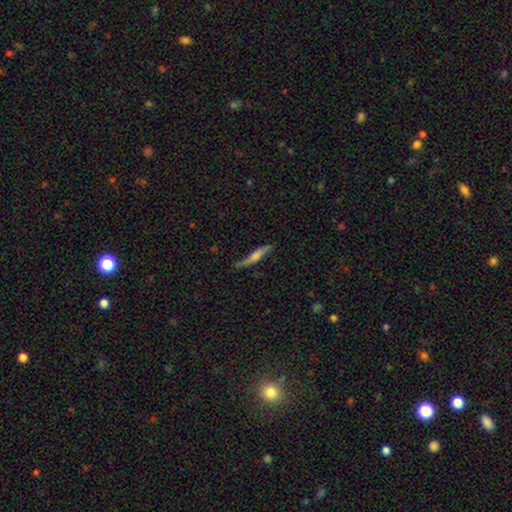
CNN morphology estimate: Smooth or featured?
  - featured or disk: 56% *
  - smooth: 37%
  - star or artifact: 7%
Edge-on disk?
  - yes: 81% *
  - no: 19%
Merging?
  - none: 70% *
  - minor disturbance: 22%
  - major disturbance: 6%
  - merger: 2%